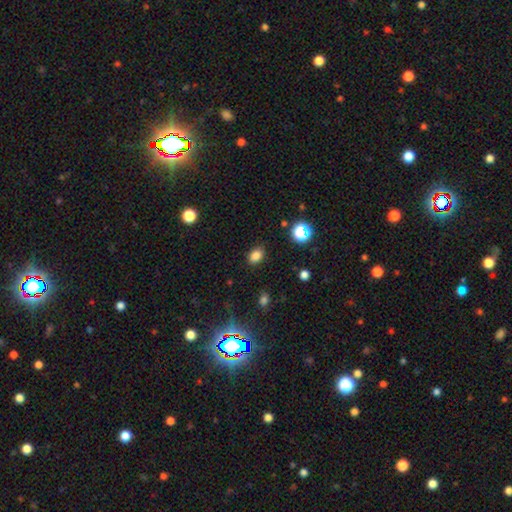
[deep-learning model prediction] A smooth galaxy with no disk features (81%) that is in between round and cigar-shaped (73%). Merging: none (86%).